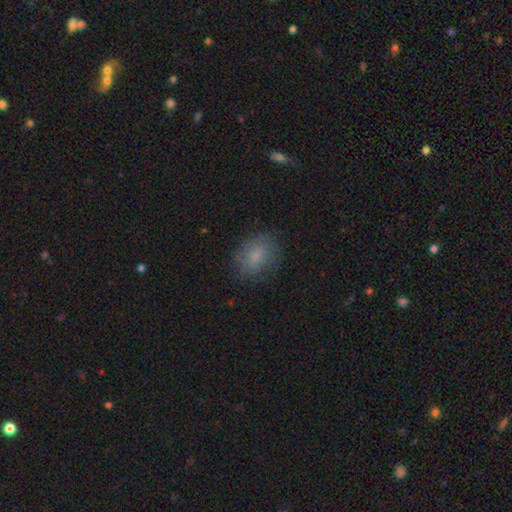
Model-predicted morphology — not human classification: A smooth galaxy with no disk features (79%) that is in between round and cigar-shaped (62%). Merging: none (78%).